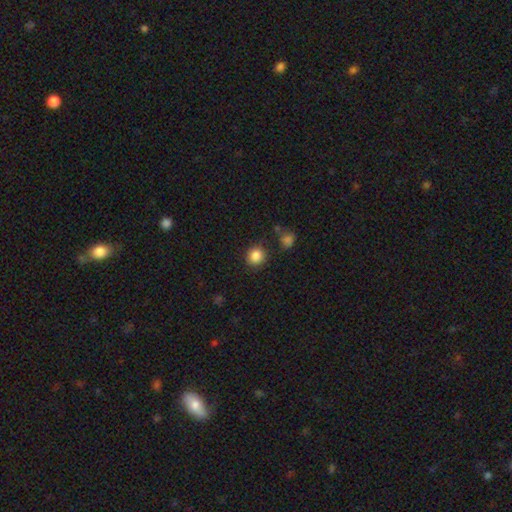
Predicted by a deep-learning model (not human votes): This appears to be a smooth galaxy with no disk features (86%) that is round (89%). Merging: none (86%).